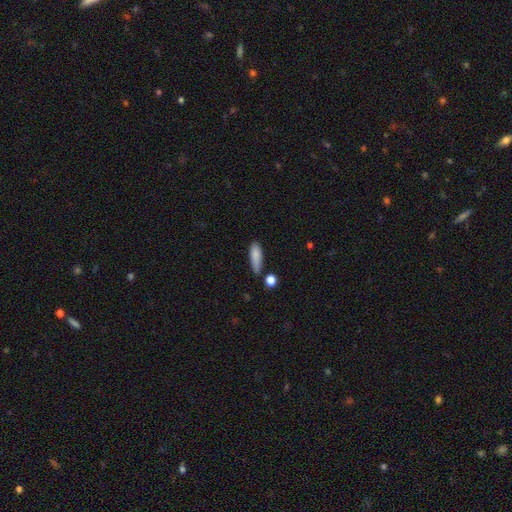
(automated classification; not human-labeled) smooth-or-featured: smooth: 85% | featured or disk: 8% | star or artifact: 8%
  how-rounded: in between: 55% | cigar-shaped: 42% | round: 3%
  merging: none: 64% | minor disturbance: 25% | merger: 6% | major disturbance: 5%